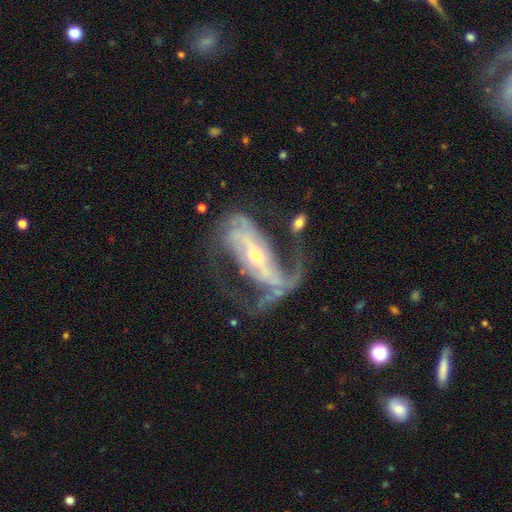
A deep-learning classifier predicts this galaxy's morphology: This is clearly a featured or disk galaxy (86%). It is clearly not viewed edge-on (92%). Bar: possibly strong (52%). Spiral arm pattern: clearly yes (90%). Spiral arm count: likely 2 (65%). Spiral winding: marginally medium (42%). Central bulge: likely small (62%). Merging: marginally none (39%).